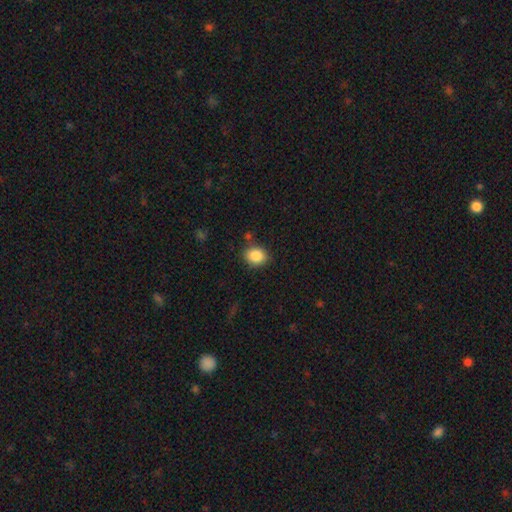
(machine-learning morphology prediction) Overall: smooth (87%). How rounded: round (50%; in between 49%). Merging: none (80%).